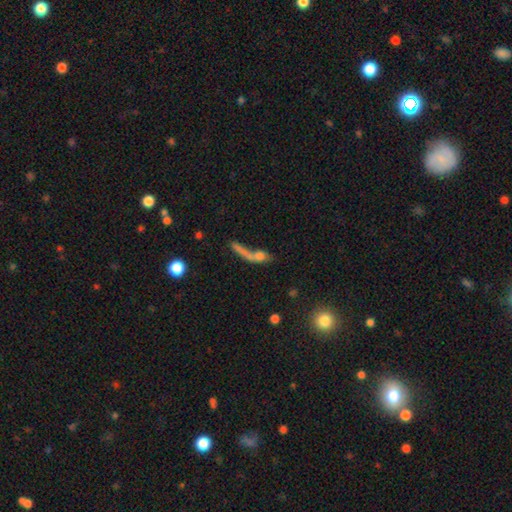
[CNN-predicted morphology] Q: Smooth or featured?
A: smooth (54%); runner-up: featured or disk (30%)
Q: How rounded?
A: cigar-shaped (54%); runner-up: in between (29%)
Q: Merging?
A: merger (40%); runner-up: none (31%)